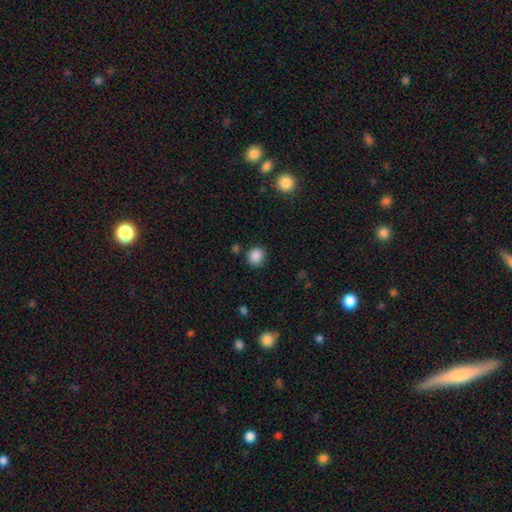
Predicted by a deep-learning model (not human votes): Smooth or featured? smooth (87%)
How rounded? round (80%)
Merging? none (84%)